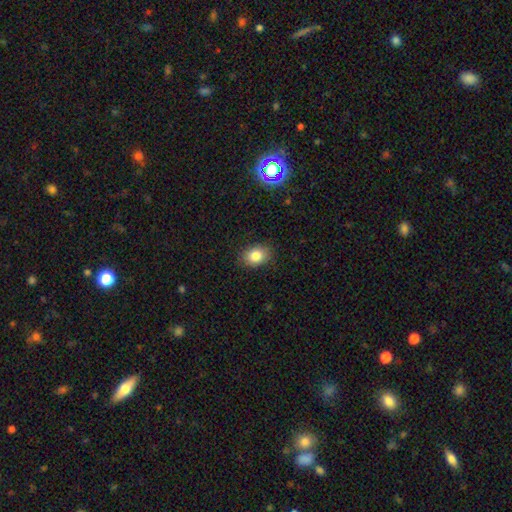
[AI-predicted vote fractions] This is clearly a smooth galaxy (83%). How rounded: likely in between (70%). Merging: clearly none (86%).